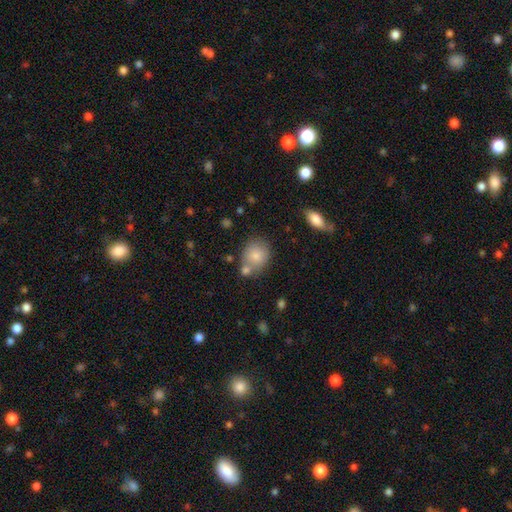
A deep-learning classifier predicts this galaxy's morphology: Smooth or featured? smooth (81%)
How rounded? round (64%)
Merging? none (57%)